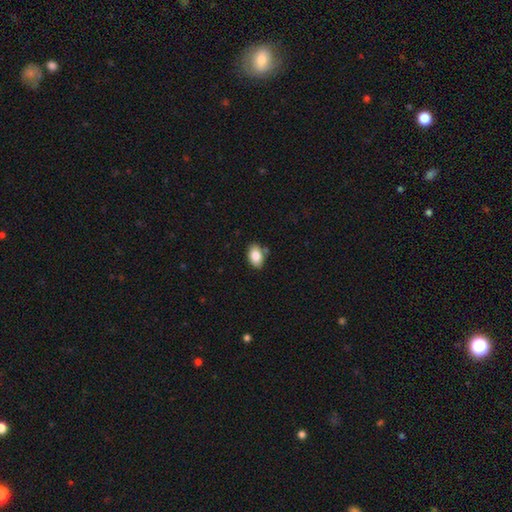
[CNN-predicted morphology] Smooth or featured? Predicted: smooth (p=0.85). How rounded? Predicted: in between (p=0.89). Merging? Predicted: none (p=0.77).